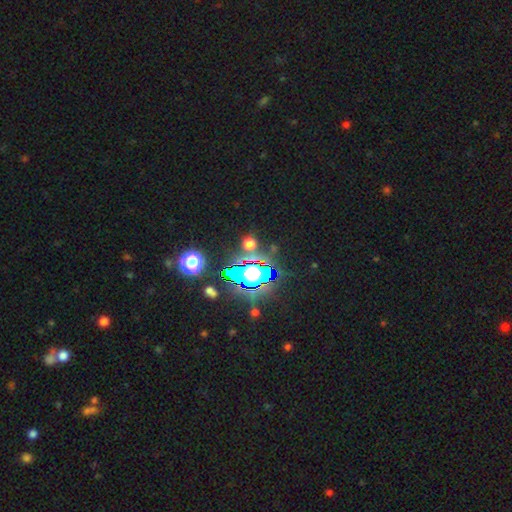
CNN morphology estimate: smooth_or_featured: star or artifact (p=0.82) [alt: smooth p=0.11]